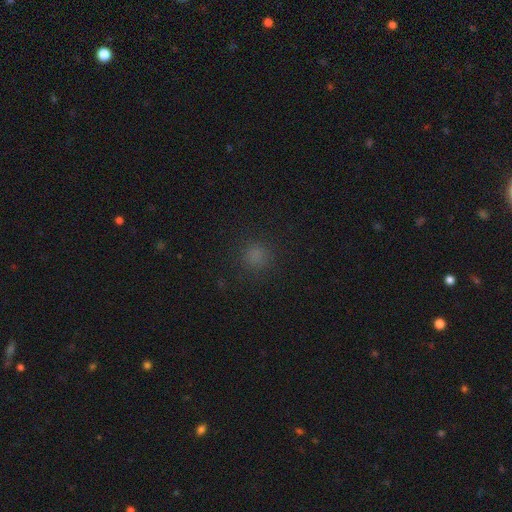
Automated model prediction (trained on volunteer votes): A smooth galaxy with no disk features (77%) that is round (92%).

Vote fractions:
- Smooth or featured? smooth: 77% / star or artifact: 19% / featured or disk: 4%
- How rounded? round: 92% / in between: 7% / cigar-shaped: 1%
- Merging? none: 88% / minor disturbance: 8% / major disturbance: 3% / merger: 1%